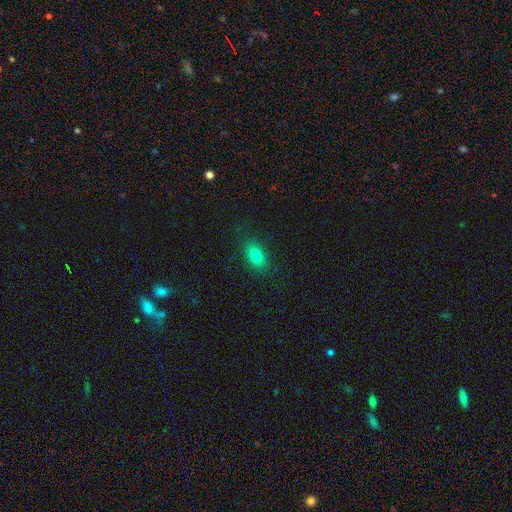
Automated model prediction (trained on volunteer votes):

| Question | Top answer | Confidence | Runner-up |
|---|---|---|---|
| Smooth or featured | smooth | 81% | star or artifact (10%) |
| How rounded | in between | 87% | round (8%) |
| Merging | none | 85% | minor disturbance (11%) |